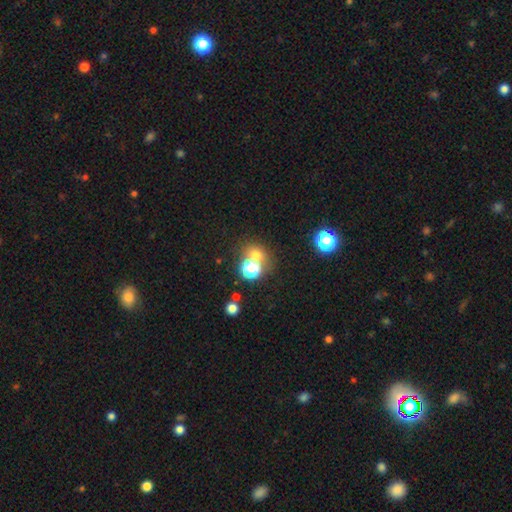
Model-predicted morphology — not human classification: Smooth or featured? Predicted: smooth (p=0.62). How rounded? Predicted: round (p=0.73). Merging? Predicted: none (p=0.53).